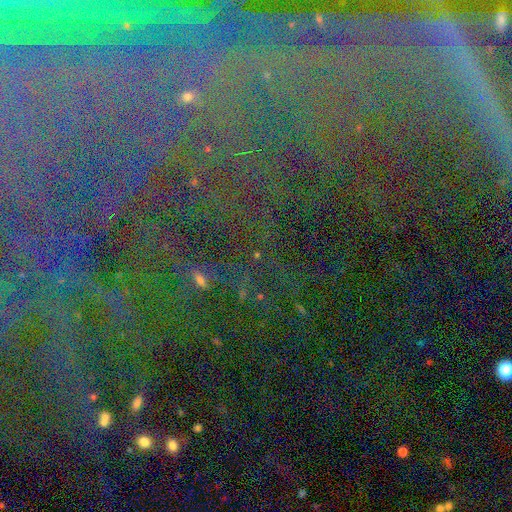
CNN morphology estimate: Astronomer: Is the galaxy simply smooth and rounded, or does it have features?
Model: star or artifact — 81%.